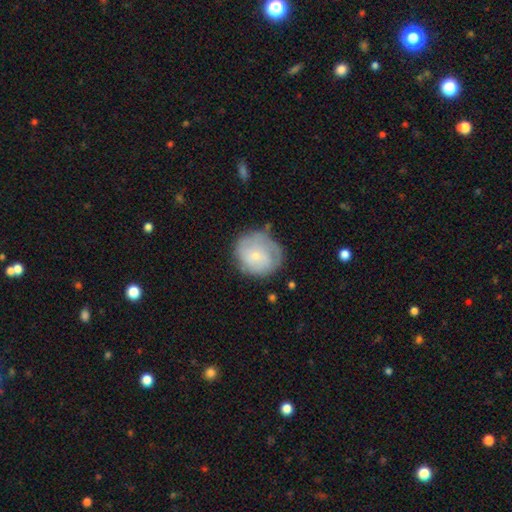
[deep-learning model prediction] smooth_or_featured: smooth (p=0.47) [alt: featured or disk p=0.46]
merging: none (p=0.61) [alt: minor disturbance p=0.25]